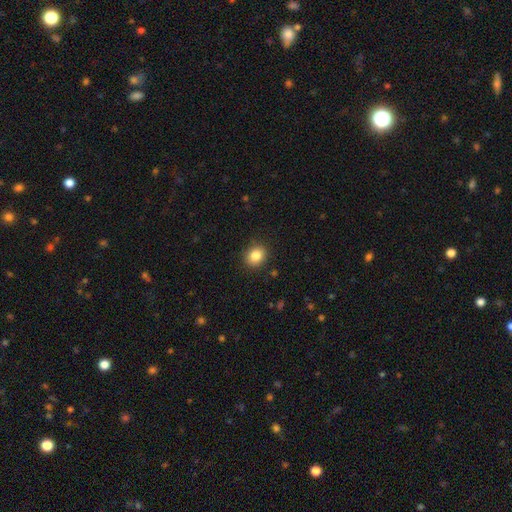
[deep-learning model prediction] Smooth or featured? Predicted: smooth (p=0.84). How rounded? Predicted: round (p=0.68). Merging? Predicted: none (p=0.89).